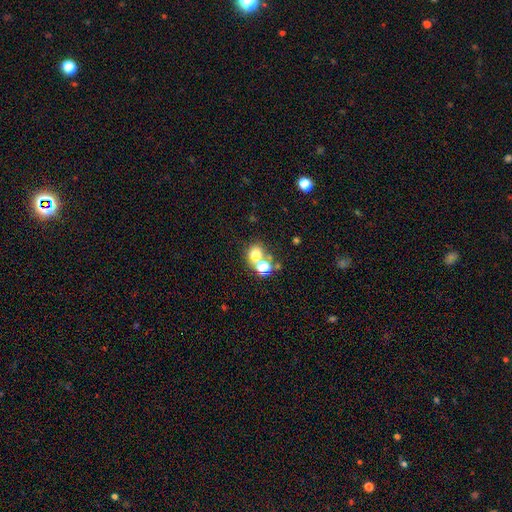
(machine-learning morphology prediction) smooth-or-featured: smooth: 67% | star or artifact: 21% | featured or disk: 12%
  how-rounded: round: 74% | in between: 25% | cigar-shaped: 1%
  merging: none: 49% | merger: 38% | minor disturbance: 8% | major disturbance: 5%